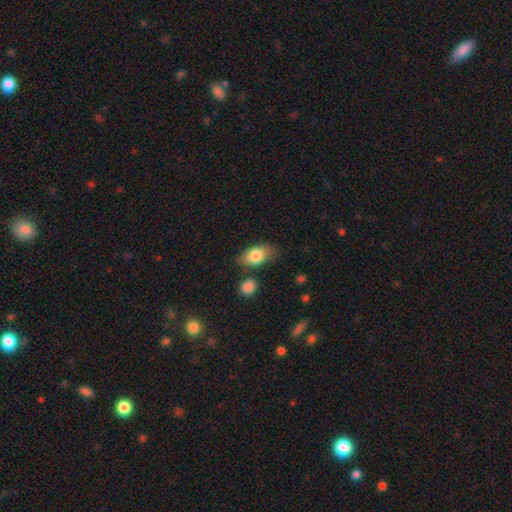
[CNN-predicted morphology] A smooth galaxy with no disk features (80%) that is in between round and cigar-shaped (89%).

Vote fractions:
- Smooth or featured? smooth: 80% / featured or disk: 14% / star or artifact: 6%
- How rounded? in between: 89% / round: 7% / cigar-shaped: 4%
- Merging? none: 75% / minor disturbance: 15% / merger: 6% / major disturbance: 4%